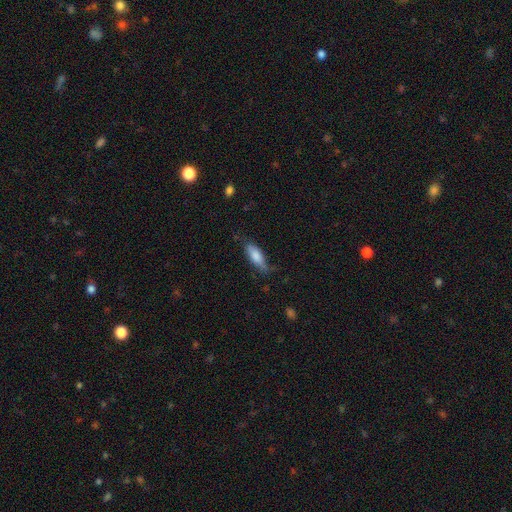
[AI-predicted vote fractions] Smooth or featured? smooth (77%)
How rounded? in between (60%)
Merging? none (60%)